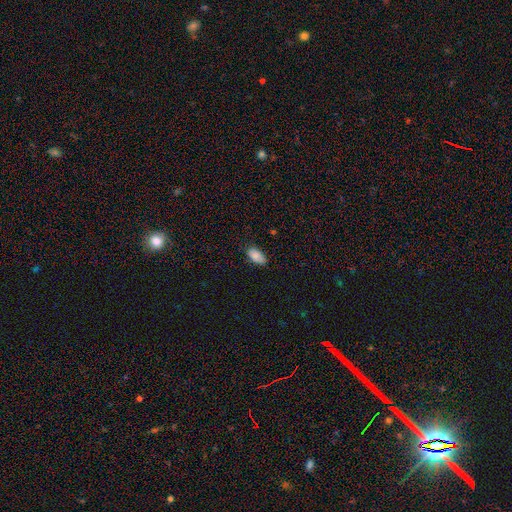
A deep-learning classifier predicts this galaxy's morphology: A smooth galaxy with no disk features (86%) that is in between round and cigar-shaped (94%).

Vote fractions:
- Smooth or featured? smooth: 86% / star or artifact: 8% / featured or disk: 6%
- How rounded? in between: 94% / cigar-shaped: 3% / round: 3%
- Merging? none: 75% / minor disturbance: 21% / major disturbance: 3% / merger: 1%